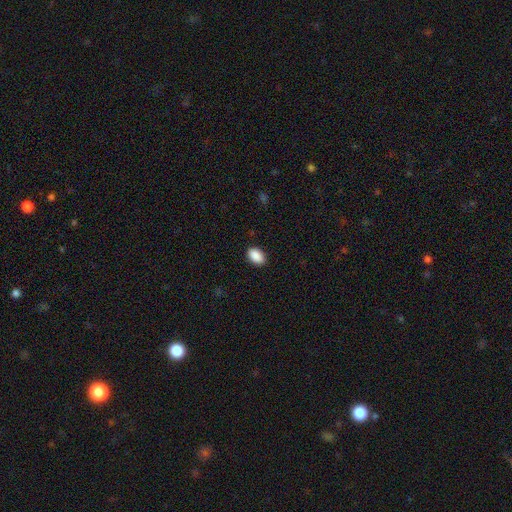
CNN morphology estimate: The model was most divided on "merging": none: 89%, minor disturbance: 8%, major disturbance: 2%, merger: 1%. More confident: smooth or featured — smooth (90%); how rounded — in between (90%).